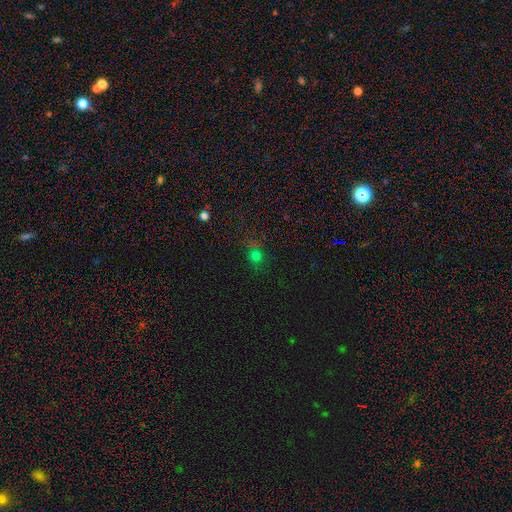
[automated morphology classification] Smooth or featured? smooth (62%)
How rounded? round (78%)
Merging? none (72%)